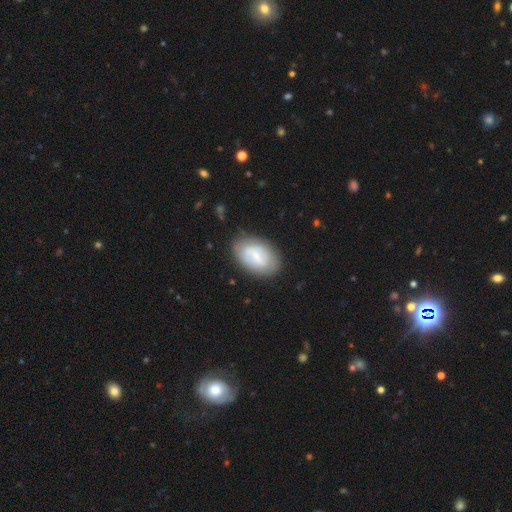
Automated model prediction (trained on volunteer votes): This appears to be a smooth galaxy with no disk features (48%). Merging: none (76%).